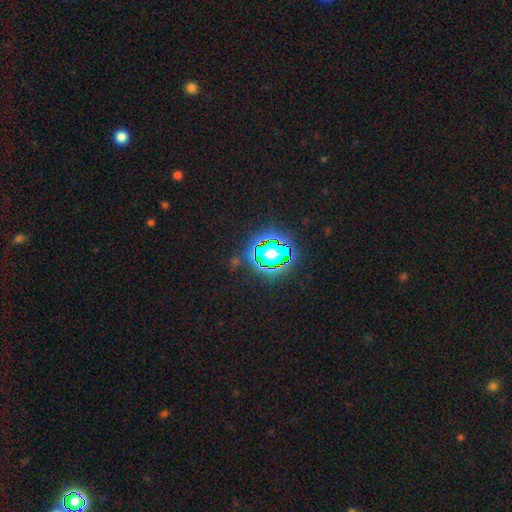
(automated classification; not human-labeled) The model was most divided on "smooth or featured": star or artifact: 76%, smooth: 16%, featured or disk: 9%.